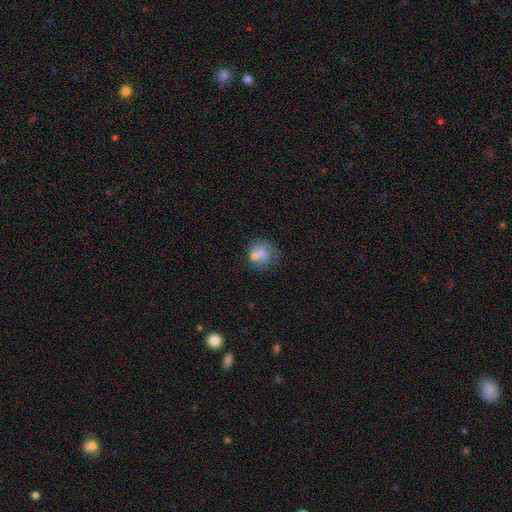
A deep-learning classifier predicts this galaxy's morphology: A smooth galaxy with no disk features (58%) that is round (75%). Merging: none (49%).